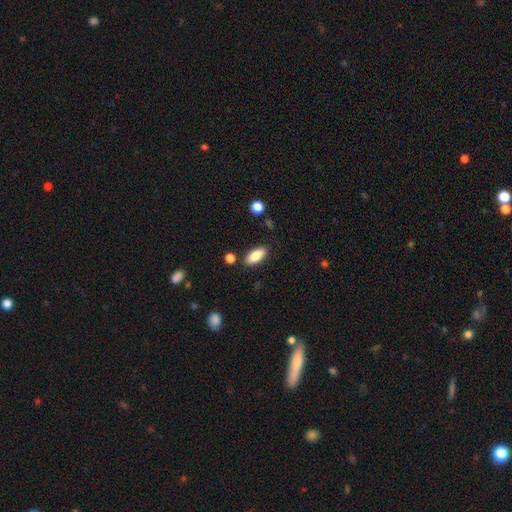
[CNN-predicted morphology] smooth 85%, featured or disk 8%, star or artifact 7%. Down the decision tree: how rounded — in between (85%); merging — none (85%).